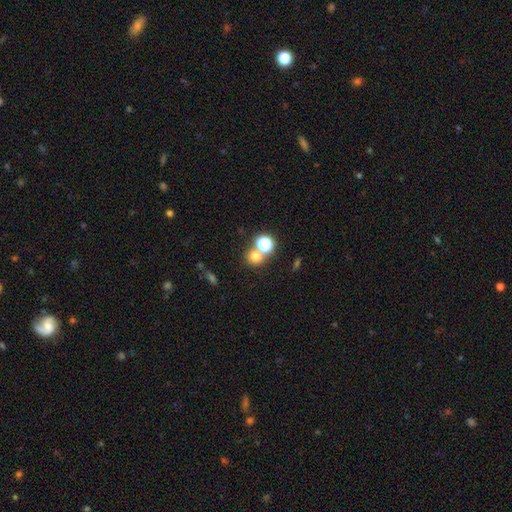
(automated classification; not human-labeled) A smooth galaxy with no disk features (68%) that is round (83%).

Vote fractions:
- Smooth or featured? smooth: 68% / star or artifact: 23% / featured or disk: 9%
- How rounded? round: 83% / in between: 16% / cigar-shaped: 1%
- Merging? none: 57% / merger: 33% / minor disturbance: 7% / major disturbance: 4%